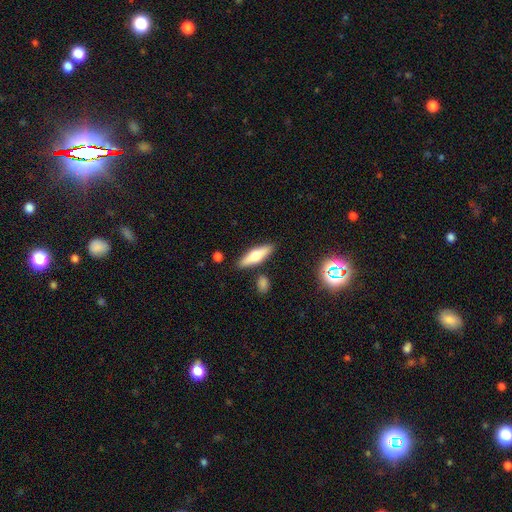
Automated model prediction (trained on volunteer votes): Smooth or featured: smooth — 50% (featured or disk — 43%)
How rounded: cigar-shaped — 61% (in between — 36%)
Merging: none — 85% (minor disturbance — 9%)